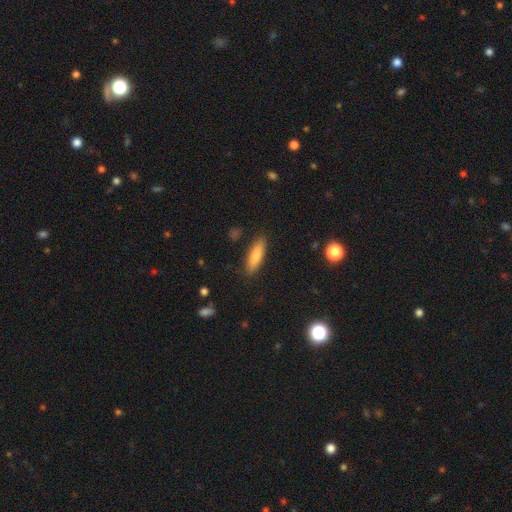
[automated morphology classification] This is likely a smooth galaxy (78%). How rounded: possibly cigar-shaped (60%). Merging: clearly none (86%).